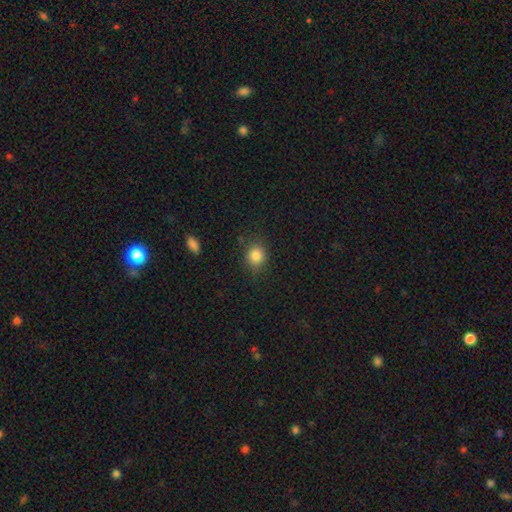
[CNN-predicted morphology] smooth 84%, star or artifact 11%, featured or disk 5%. Down the decision tree: how rounded — round (72%); merging — none (81%).